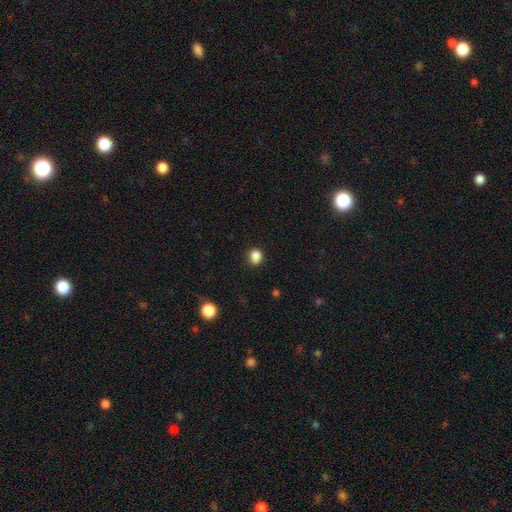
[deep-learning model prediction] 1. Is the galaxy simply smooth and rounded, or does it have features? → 86% smooth, 11% star or artifact, 3% featured or disk.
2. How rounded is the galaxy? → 73% round, 26% in between, 1% cigar-shaped.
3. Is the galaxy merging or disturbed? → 86% none, 10% minor disturbance, 3% major disturbance, 1% merger.